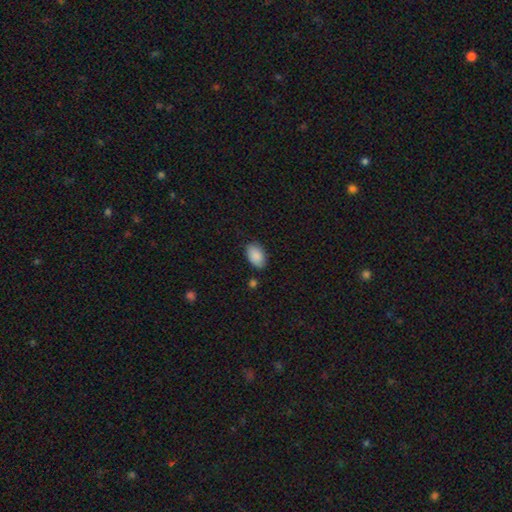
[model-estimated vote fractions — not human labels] Overall: smooth (89%). How rounded: in between (92%). Merging: none (80%).